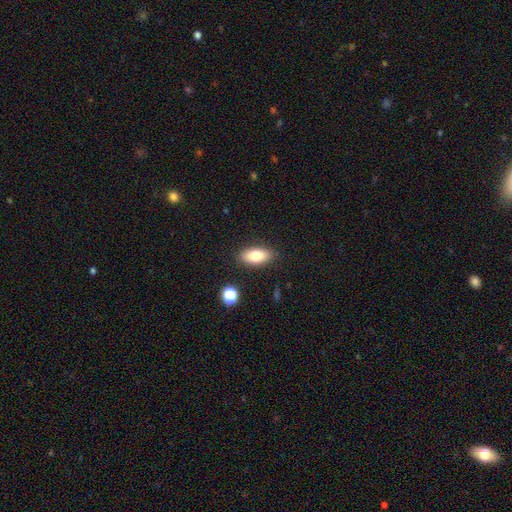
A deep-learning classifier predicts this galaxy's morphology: Q: Smooth or featured?
A: smooth (80%); runner-up: featured or disk (12%)
Q: How rounded?
A: in between (87%); runner-up: cigar-shaped (9%)
Q: Merging?
A: none (86%); runner-up: minor disturbance (10%)